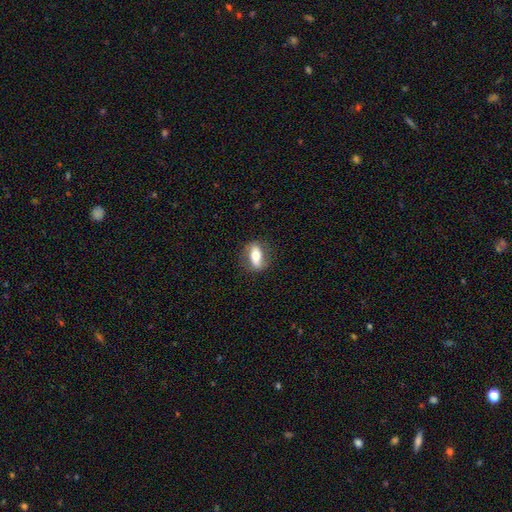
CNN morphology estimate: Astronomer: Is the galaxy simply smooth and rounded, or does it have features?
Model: smooth — 57% (runner-up: featured or disk, 36%).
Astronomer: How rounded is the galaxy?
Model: in between — 77%.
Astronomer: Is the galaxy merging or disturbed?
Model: none — 78%.